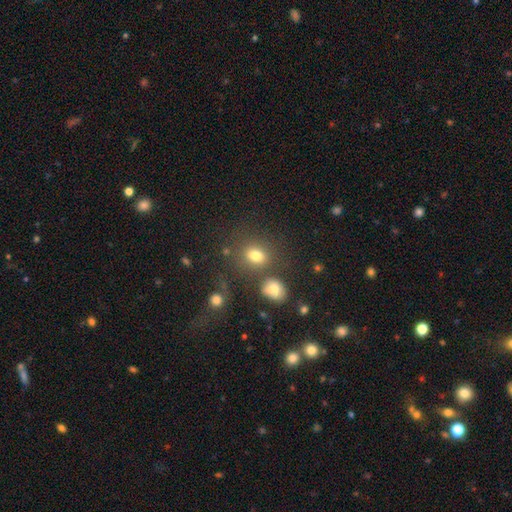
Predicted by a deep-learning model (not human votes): This appears to be a smooth galaxy with no disk features (77%) that is round (51%). Merging: none (67%).